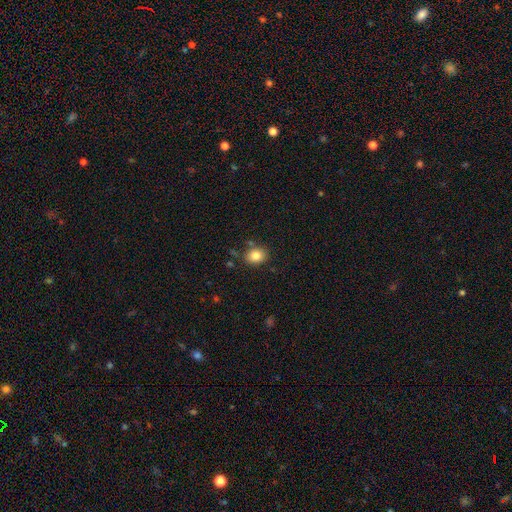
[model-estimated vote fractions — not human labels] This appears to be a smooth galaxy with no disk features (83%) that is round (53%). Merging: none (82%).